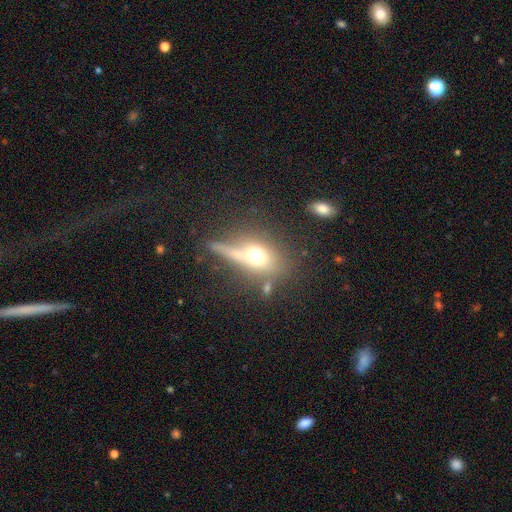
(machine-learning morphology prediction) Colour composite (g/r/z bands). It shows a smooth galaxy with no disk features (58%) that is in between round and cigar-shaped (54%). Merging: none (50%).